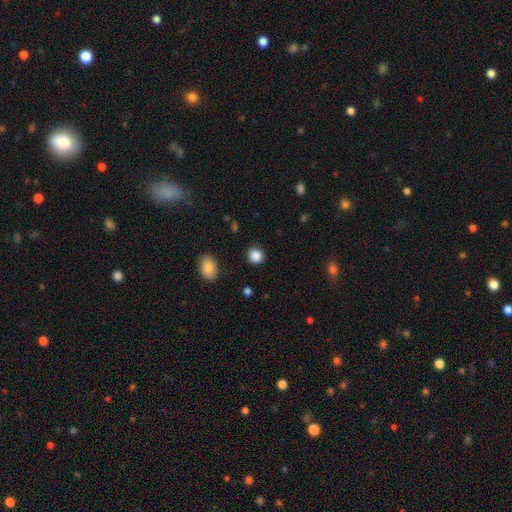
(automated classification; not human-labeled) smooth-or-featured: smooth: 87% | star or artifact: 10% | featured or disk: 3%
  how-rounded: round: 87% | in between: 12% | cigar-shaped: 1%
  merging: none: 89% | minor disturbance: 7% | major disturbance: 3% | merger: 1%